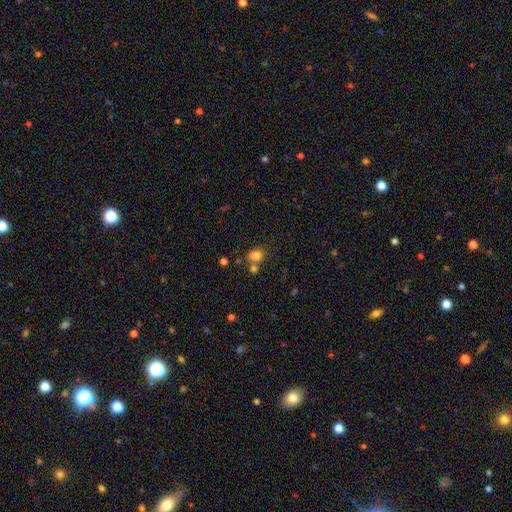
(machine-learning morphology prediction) Smooth or featured? Predicted: smooth (p=0.74). How rounded? Predicted: round (p=0.64). Merging? Predicted: none (p=0.48).